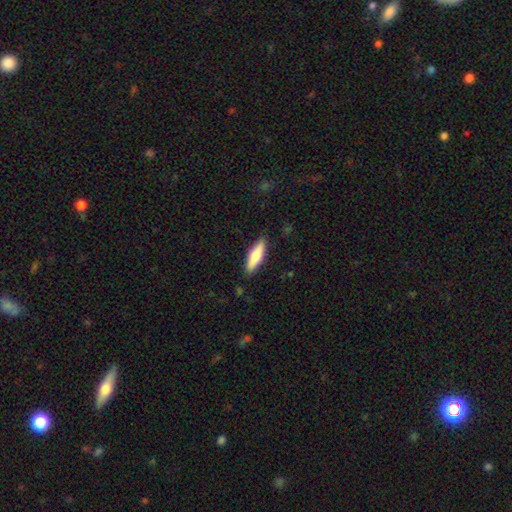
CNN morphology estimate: This appears to be a smooth galaxy with no disk features (67%) that is cigar-shaped (55%). Merging: none (86%).